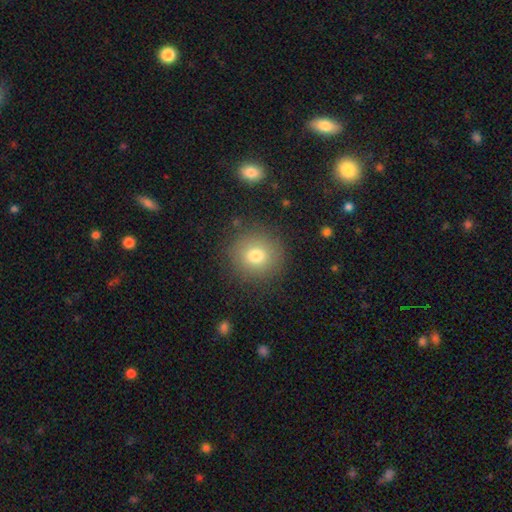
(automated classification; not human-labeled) The model was most divided on "smooth or featured": smooth: 76%, star or artifact: 12%, featured or disk: 11%. More confident: how rounded — round (92%); merging — none (86%).